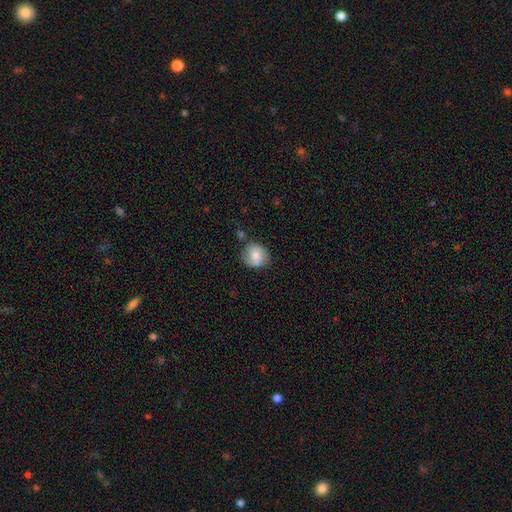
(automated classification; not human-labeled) Smooth or featured?
  - smooth: 63% *
  - featured or disk: 29%
  - star or artifact: 8%
How rounded?
  - round: 79% *
  - in between: 20%
  - cigar-shaped: 1%
Merging?
  - none: 70% *
  - minor disturbance: 20%
  - major disturbance: 5%
  - merger: 5%